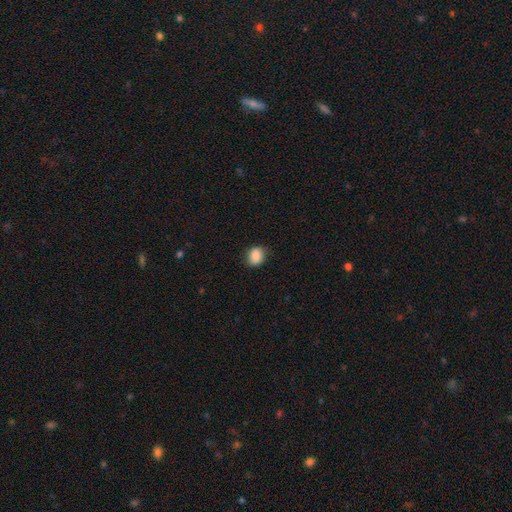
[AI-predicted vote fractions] Smooth or featured: smooth — 88% (star or artifact — 8%)
How rounded: round — 50% (in between — 49%)
Merging: none — 78% (minor disturbance — 17%)